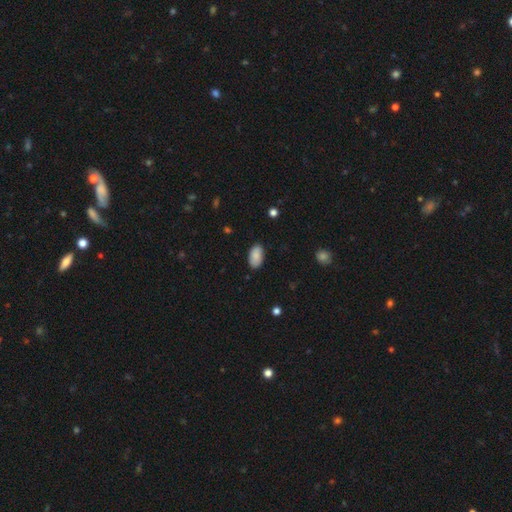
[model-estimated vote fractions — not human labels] Q: Smooth or featured?
A: smooth (88%); runner-up: star or artifact (7%)
Q: How rounded?
A: in between (95%); runner-up: round (3%)
Q: Merging?
A: none (86%); runner-up: minor disturbance (11%)